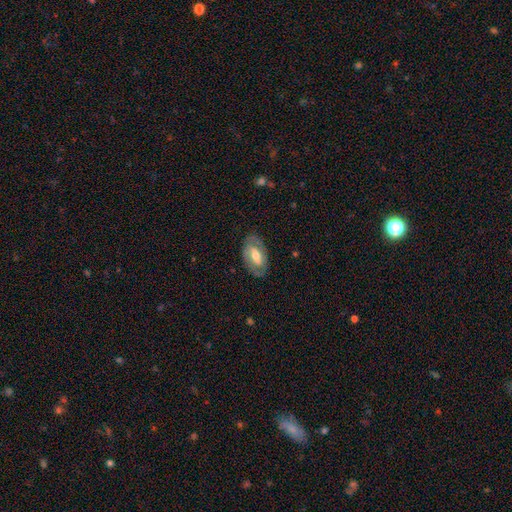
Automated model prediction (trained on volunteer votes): Smooth or featured? featured or disk (68%)
Edge-on disk? no (93%)
Bar? weak (43%)
Spiral arms? yes (71%)
Bulge size? moderate (64%)
Merging? none (82%)